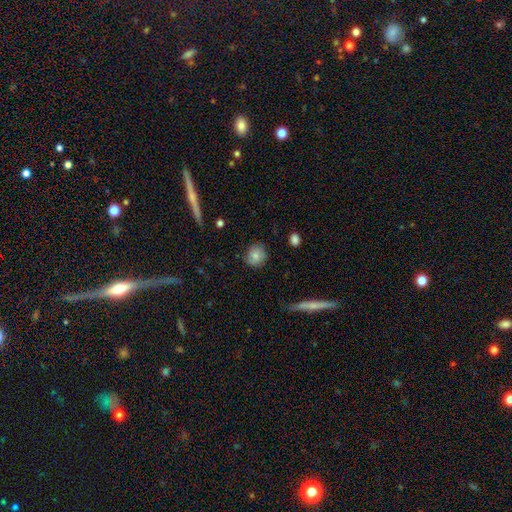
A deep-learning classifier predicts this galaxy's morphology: Smooth or featured?
  - smooth: 78% *
  - featured or disk: 13%
  - star or artifact: 8%
How rounded?
  - round: 83% *
  - in between: 15%
  - cigar-shaped: 1%
Merging?
  - none: 81% *
  - minor disturbance: 14%
  - major disturbance: 3%
  - merger: 1%